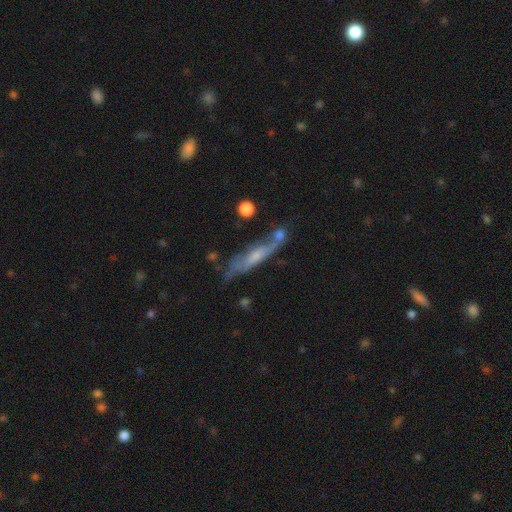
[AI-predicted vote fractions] This appears to be a featured or disk galaxy (57%) viewed edge-on (61%). Merging: none (53%).